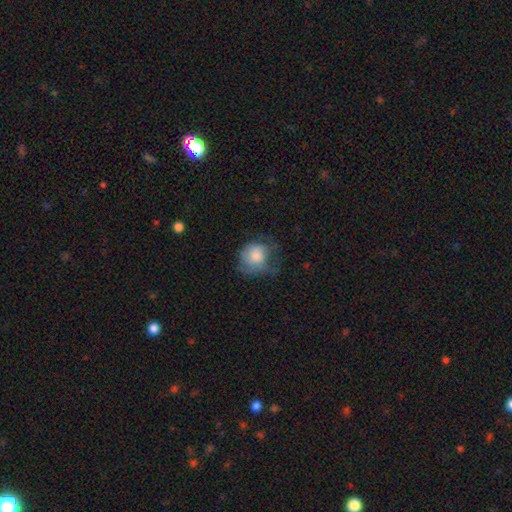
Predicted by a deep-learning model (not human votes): This is likely a smooth galaxy (72%). How rounded: likely round (70%). Merging: marginally none (36%).